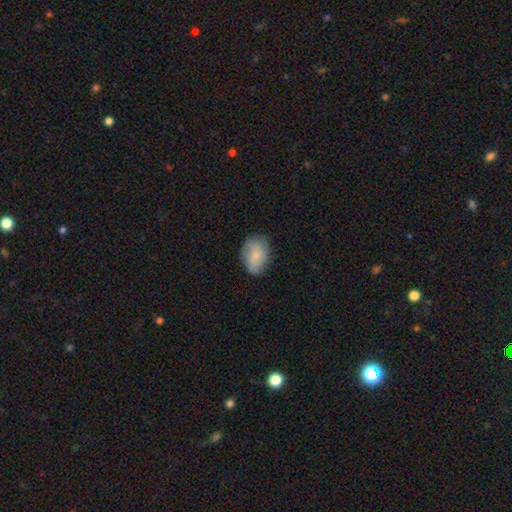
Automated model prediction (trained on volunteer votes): Morphology: type=smooth (73%); roundness=in between (76%); merging=none (73%).